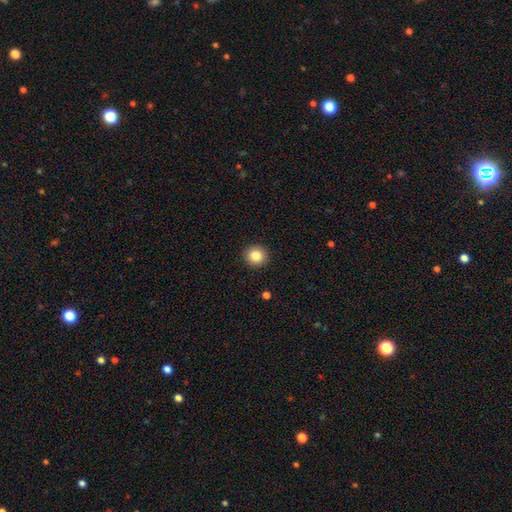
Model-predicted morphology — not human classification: smooth-or-featured: smooth: 84% | star or artifact: 10% | featured or disk: 6%
  how-rounded: round: 92% | in between: 7% | cigar-shaped: 1%
  merging: none: 93% | minor disturbance: 5% | major disturbance: 2% | merger: 1%